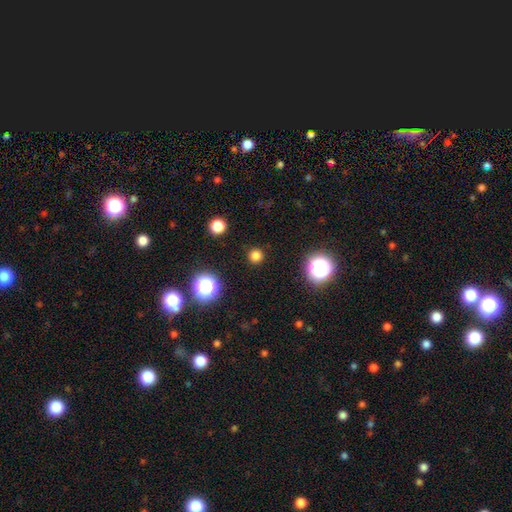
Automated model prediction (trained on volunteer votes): Smooth or featured? Predicted: smooth (p=0.77). How rounded? Predicted: round (p=0.95). Merging? Predicted: none (p=0.91).